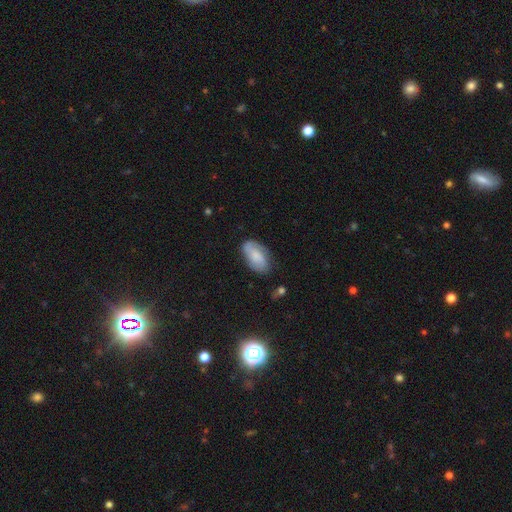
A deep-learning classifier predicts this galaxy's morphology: A smooth galaxy with no disk features (47%).

Vote fractions:
- Smooth or featured? smooth: 47% / featured or disk: 46% / star or artifact: 7%
- Merging? none: 70% / minor disturbance: 21% / major disturbance: 7% / merger: 2%